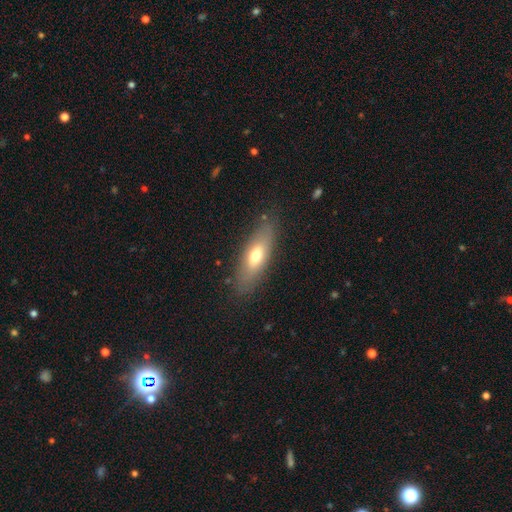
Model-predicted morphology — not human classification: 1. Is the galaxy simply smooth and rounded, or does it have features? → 63% smooth, 30% featured or disk, 7% star or artifact.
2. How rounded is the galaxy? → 64% in between, 33% cigar-shaped, 3% round.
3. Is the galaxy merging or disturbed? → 81% none, 13% minor disturbance, 4% major disturbance, 2% merger.